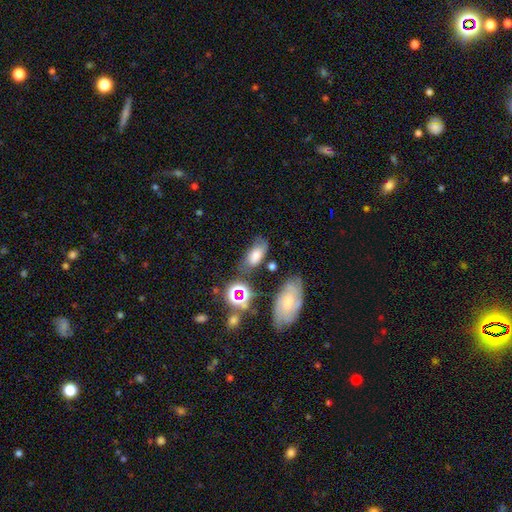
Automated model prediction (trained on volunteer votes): This is possibly a smooth galaxy (58%). How rounded: clearly in between (89%). Merging: possibly none (54%).